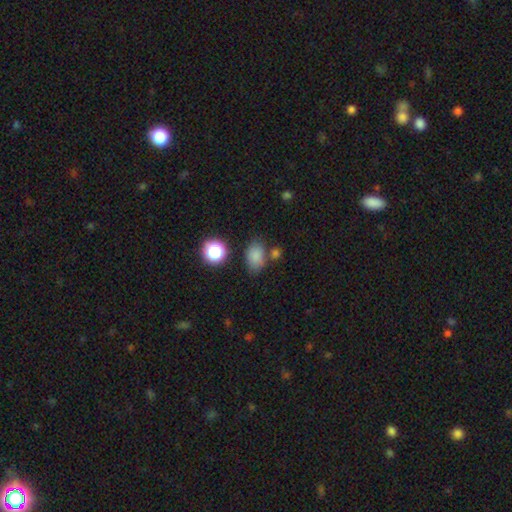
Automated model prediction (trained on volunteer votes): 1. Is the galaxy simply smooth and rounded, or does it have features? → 80% smooth, 14% star or artifact, 7% featured or disk.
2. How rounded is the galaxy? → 78% in between, 21% round, 1% cigar-shaped.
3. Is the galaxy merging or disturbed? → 64% none, 18% minor disturbance, 12% merger, 6% major disturbance.